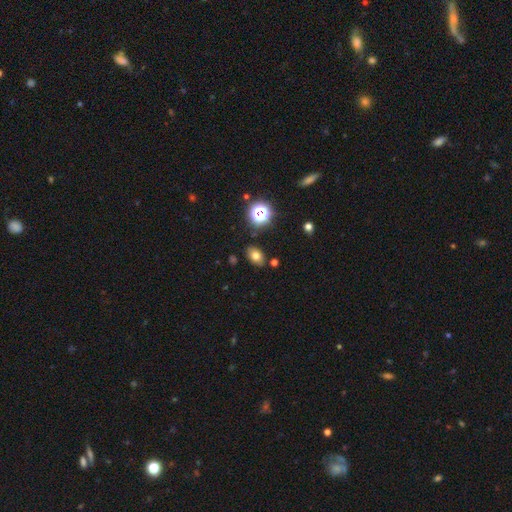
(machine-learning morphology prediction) smooth-or-featured: smooth: 71% | star or artifact: 18% | featured or disk: 11%
  how-rounded: in between: 79% | round: 19% | cigar-shaped: 1%
  merging: none: 84% | minor disturbance: 11% | merger: 3% | major disturbance: 3%